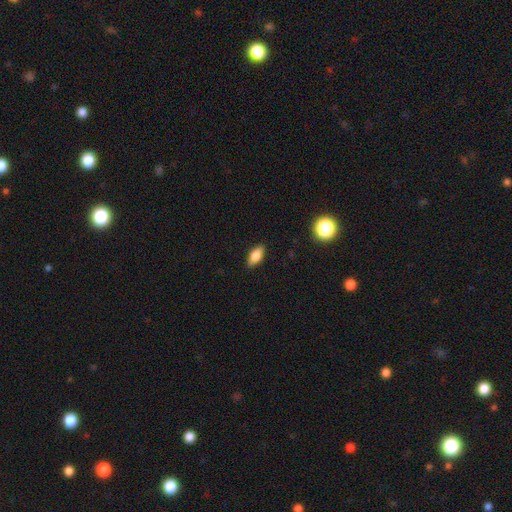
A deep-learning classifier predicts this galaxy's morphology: A smooth galaxy with no disk features (78%) that is in between round and cigar-shaped (81%).

Vote fractions:
- Smooth or featured? smooth: 78% / featured or disk: 14% / star or artifact: 8%
- How rounded? in between: 81% / cigar-shaped: 15% / round: 4%
- Merging? none: 87% / minor disturbance: 10% / major disturbance: 2% / merger: 1%